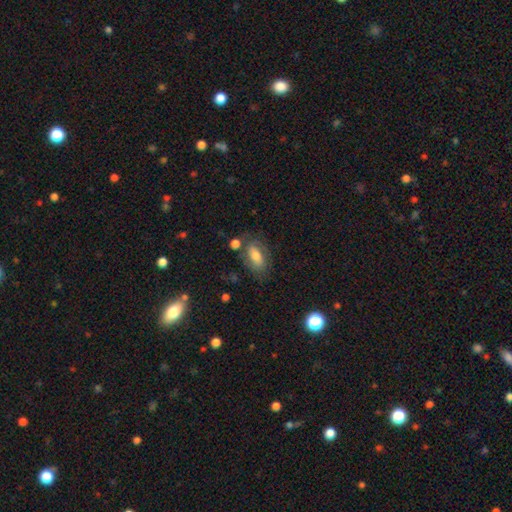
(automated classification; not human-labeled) Smooth or featured? Predicted: smooth (p=0.61). How rounded? Predicted: in between (p=0.85). Merging? Predicted: none (p=0.65).